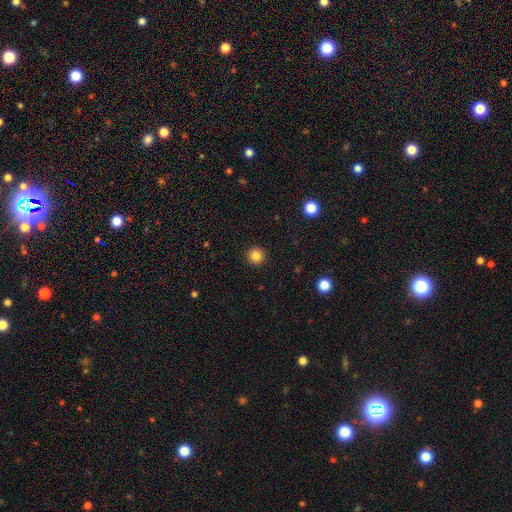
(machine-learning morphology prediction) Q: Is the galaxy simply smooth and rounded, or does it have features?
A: smooth — 84%.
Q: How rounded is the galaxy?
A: round — 96%.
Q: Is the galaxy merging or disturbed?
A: none — 93%.